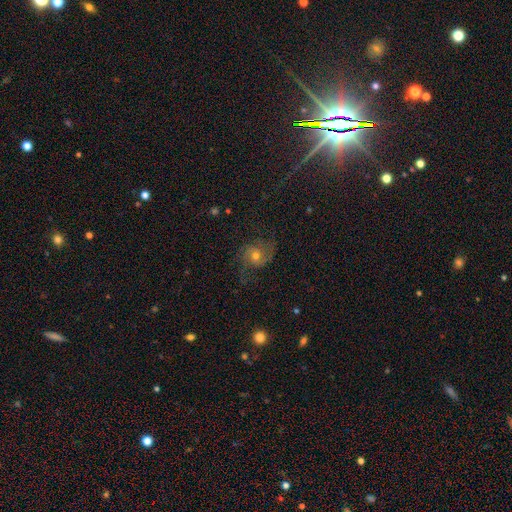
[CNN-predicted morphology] This is likely a featured or disk galaxy (73%). It is clearly not viewed edge-on (97%). Bar: likely no (74%). Spiral arm pattern: clearly yes (94%). Spiral arm count: likely 2 (79%). Spiral winding: possibly medium (46%). Central bulge: possibly moderate (59%). Merging: likely none (66%).